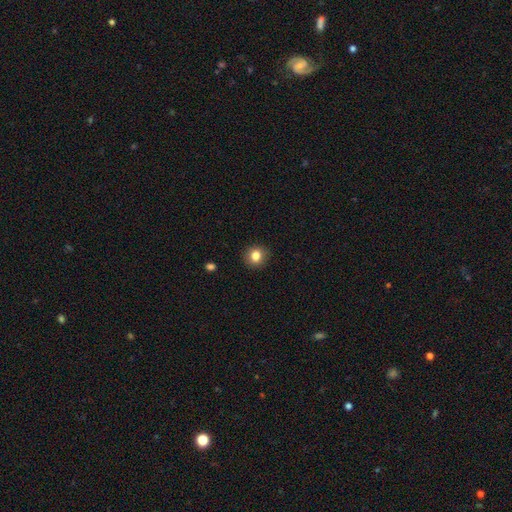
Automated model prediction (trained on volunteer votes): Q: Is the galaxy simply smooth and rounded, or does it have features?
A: smooth — 83%.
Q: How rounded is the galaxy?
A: round — 85%.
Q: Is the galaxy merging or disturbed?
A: none — 90%.